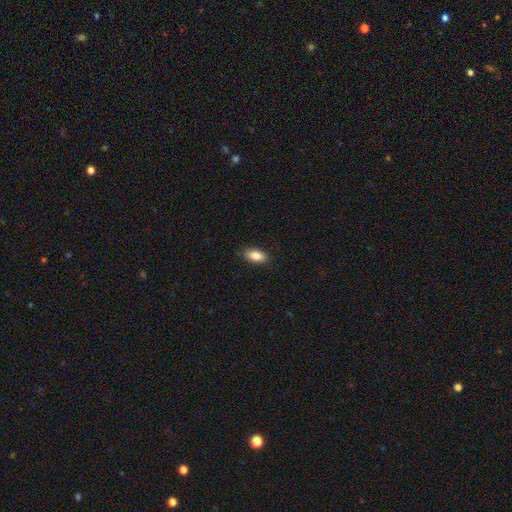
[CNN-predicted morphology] The model was most divided on "merging": none: 87%, minor disturbance: 10%, major disturbance: 2%, merger: 1%. More confident: how rounded — in between (90%); smooth or featured — smooth (86%).